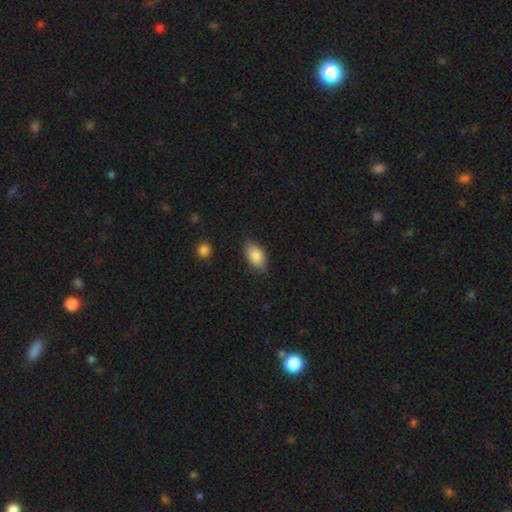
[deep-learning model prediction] Q: Smooth or featured?
A: smooth (86%); runner-up: featured or disk (8%)
Q: How rounded?
A: in between (93%); runner-up: round (4%)
Q: Merging?
A: none (79%); runner-up: minor disturbance (16%)